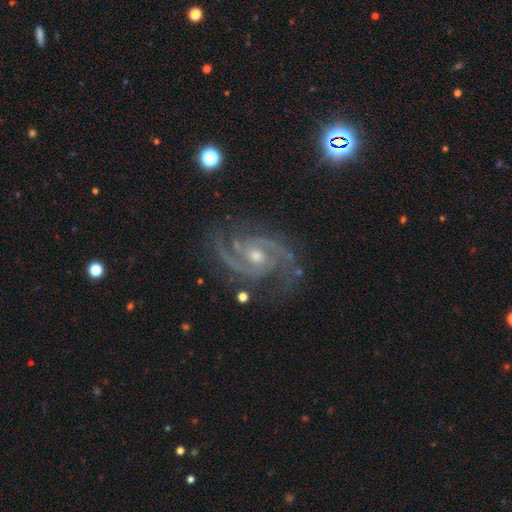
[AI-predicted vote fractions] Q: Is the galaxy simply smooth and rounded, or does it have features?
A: featured or disk — 91%.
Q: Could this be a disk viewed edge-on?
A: no — 98%.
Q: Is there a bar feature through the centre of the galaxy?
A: no — 52%.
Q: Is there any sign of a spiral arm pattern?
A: yes — 99%.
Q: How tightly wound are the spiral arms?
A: medium — 57%.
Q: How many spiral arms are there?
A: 2 — 79%.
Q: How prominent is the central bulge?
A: small — 49%.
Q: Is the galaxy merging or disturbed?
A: none — 76%.